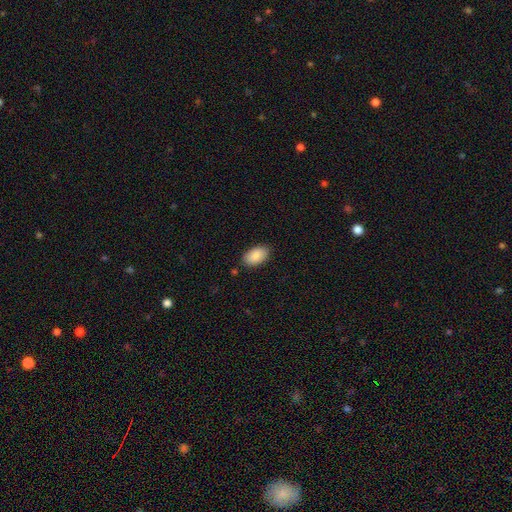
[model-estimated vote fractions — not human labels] smooth-or-featured: smooth: 89% | star or artifact: 6% | featured or disk: 5%
  how-rounded: in between: 94% | round: 4% | cigar-shaped: 1%
  merging: none: 86% | minor disturbance: 11% | major disturbance: 2% | merger: 2%